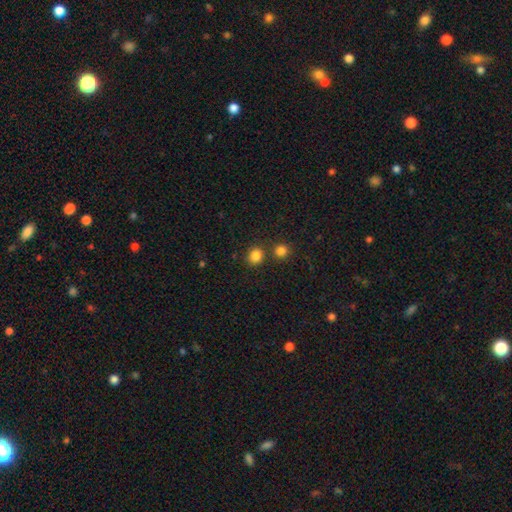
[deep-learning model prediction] Smooth or featured?
  - smooth: 84% *
  - star or artifact: 12%
  - featured or disk: 4%
How rounded?
  - round: 79% *
  - in between: 20%
  - cigar-shaped: 1%
Merging?
  - none: 77% *
  - merger: 12%
  - minor disturbance: 8%
  - major disturbance: 3%